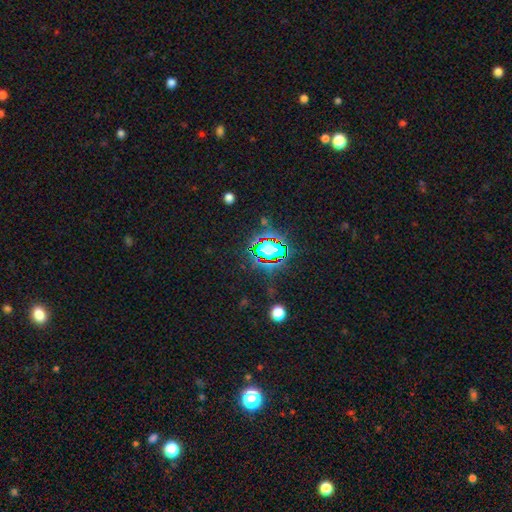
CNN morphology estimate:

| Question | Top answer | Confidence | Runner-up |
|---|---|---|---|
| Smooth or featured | star or artifact | 82% | smooth (11%) |